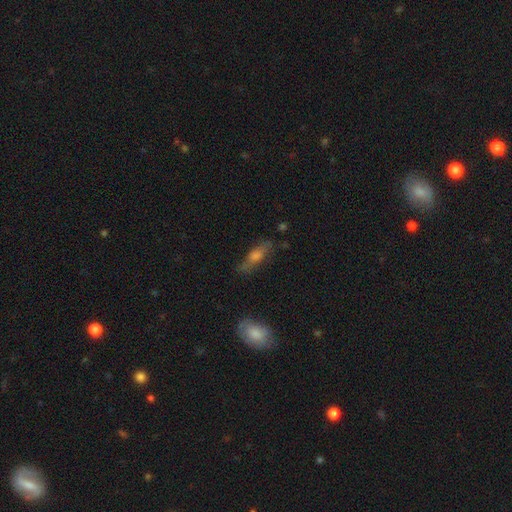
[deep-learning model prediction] featured or disk 50%, smooth 41%, star or artifact 10%. Down the decision tree: merging — none (75%).